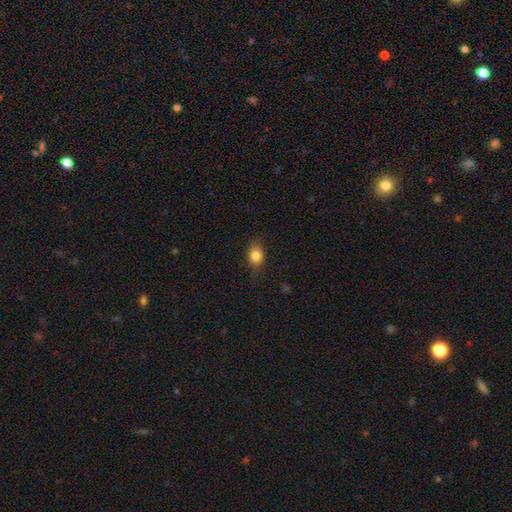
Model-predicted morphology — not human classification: The model was most divided on "how rounded": in between: 63%, round: 35%, cigar-shaped: 2%. More confident: smooth or featured — smooth (83%); merging — none (81%).